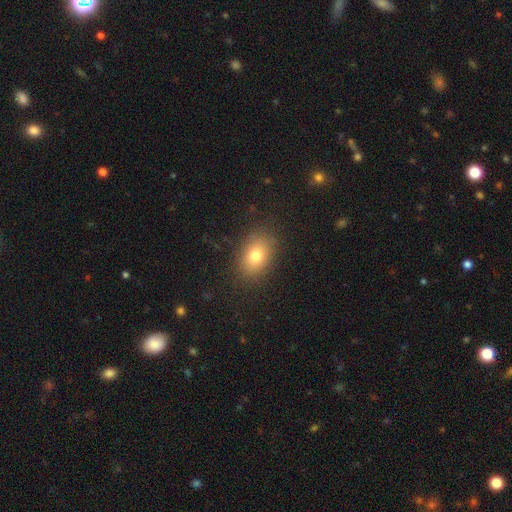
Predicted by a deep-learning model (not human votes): Smooth or featured? Predicted: smooth (p=0.77). How rounded? Predicted: in between (p=0.76). Merging? Predicted: none (p=0.85).